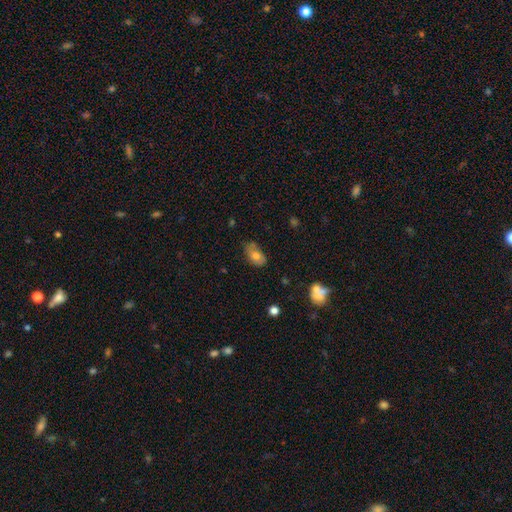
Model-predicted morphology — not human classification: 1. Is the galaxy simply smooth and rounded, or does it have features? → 73% smooth, 18% featured or disk, 9% star or artifact.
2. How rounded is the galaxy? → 89% in between, 8% round, 3% cigar-shaped.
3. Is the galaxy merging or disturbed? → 58% none, 31% minor disturbance, 8% major disturbance, 4% merger.